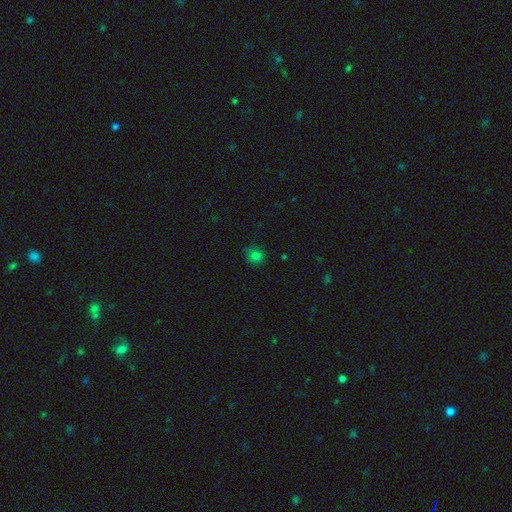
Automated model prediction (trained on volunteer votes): smooth-or-featured: smooth: 76% | star or artifact: 18% | featured or disk: 6%
  how-rounded: round: 79% | in between: 20% | cigar-shaped: 1%
  merging: none: 78% | minor disturbance: 17% | major disturbance: 4% | merger: 2%